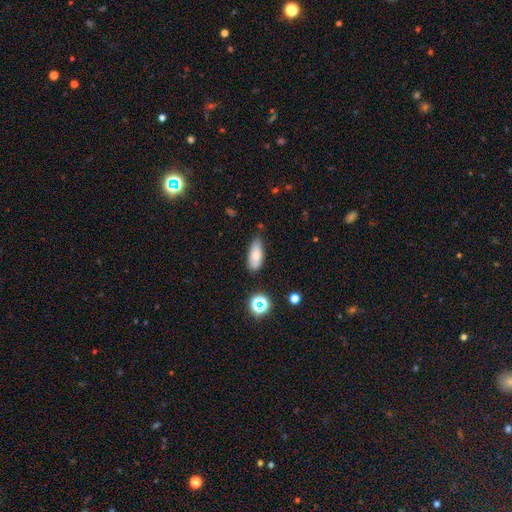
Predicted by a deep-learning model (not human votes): A smooth galaxy with no disk features (73%) that is in between round and cigar-shaped (82%).

Vote fractions:
- Smooth or featured? smooth: 73% / featured or disk: 17% / star or artifact: 10%
- How rounded? in between: 82% / cigar-shaped: 14% / round: 4%
- Merging? none: 71% / minor disturbance: 23% / major disturbance: 4% / merger: 3%